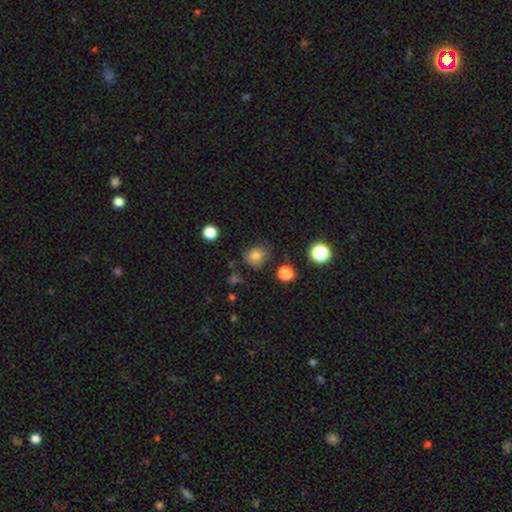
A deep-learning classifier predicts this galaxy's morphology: The model was most divided on "how rounded": round: 72%, in between: 27%, cigar-shaped: 1%. More confident: smooth or featured — smooth (80%); merging — none (73%).